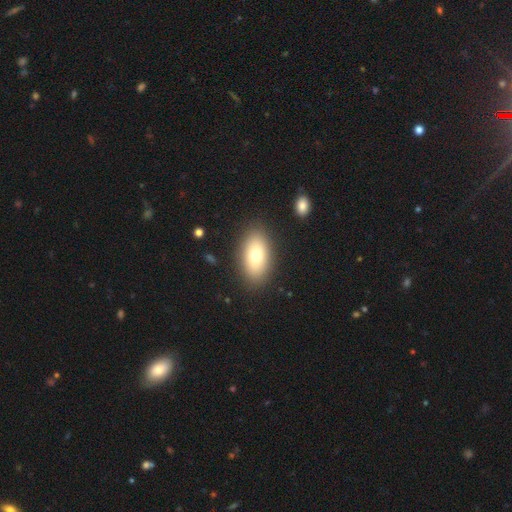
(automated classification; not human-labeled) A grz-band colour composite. It shows a smooth galaxy with no disk features (75%) that is in between round and cigar-shaped (92%). Merging: none (87%).